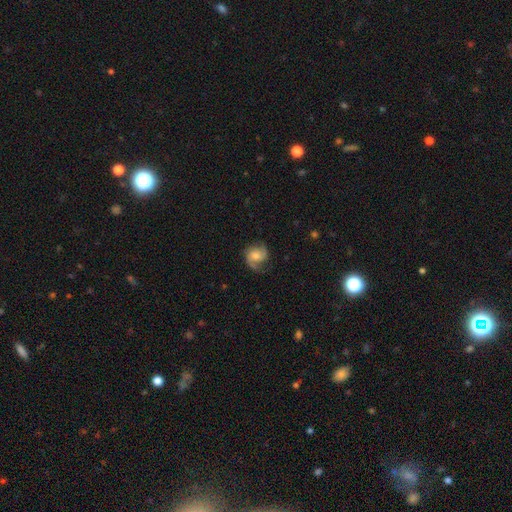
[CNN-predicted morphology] Smooth or featured: featured or disk — 74% (smooth — 19%)
Edge-on disk: no — 98% (yes — 2%)
Bar: no — 62% (weak — 32%)
Spiral arms: yes — 95% (no — 5%)
Spiral winding: medium — 49% (tight — 26%)
Spiral arm count: 2 — 81% (1 — 8%)
Bulge size: moderate — 49% (small — 35%)
Merging: none — 69% (minor disturbance — 19%)